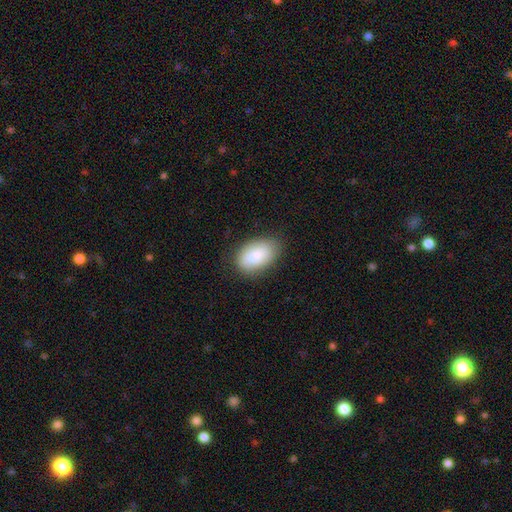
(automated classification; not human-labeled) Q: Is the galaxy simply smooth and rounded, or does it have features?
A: smooth — 84%.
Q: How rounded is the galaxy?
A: in between — 91%.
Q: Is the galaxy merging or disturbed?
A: none — 79%.